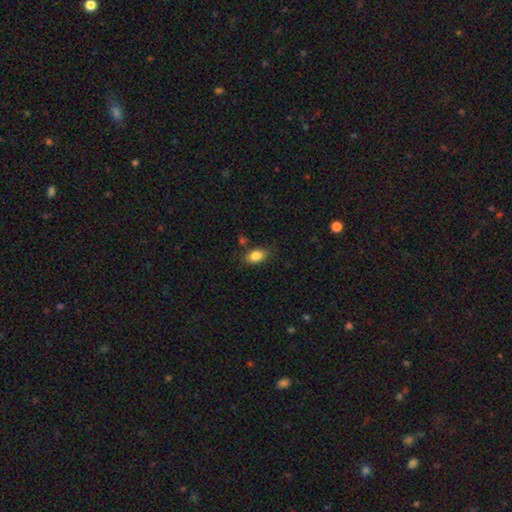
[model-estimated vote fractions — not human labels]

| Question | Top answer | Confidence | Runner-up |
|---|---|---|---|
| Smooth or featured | smooth | 84% | star or artifact (8%) |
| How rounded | in between | 85% | round (13%) |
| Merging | none | 79% | minor disturbance (14%) |